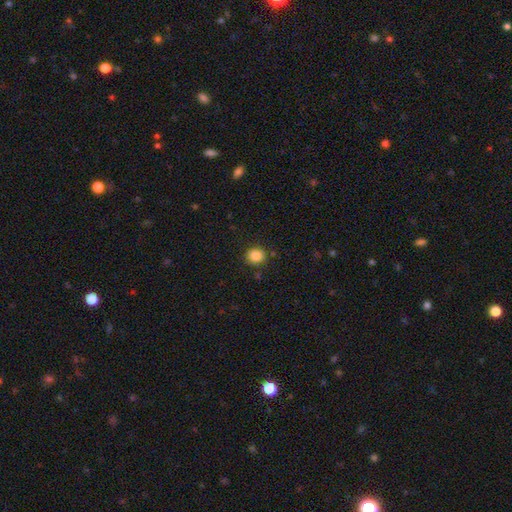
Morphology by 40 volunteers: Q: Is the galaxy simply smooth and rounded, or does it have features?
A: smooth — 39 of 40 (98%).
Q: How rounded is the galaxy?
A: round — 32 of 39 (82%).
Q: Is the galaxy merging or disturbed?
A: none — 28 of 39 (72%).